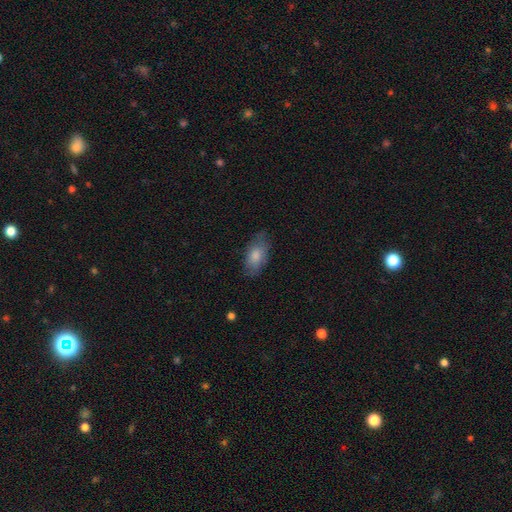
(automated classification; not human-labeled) smooth_or_featured: smooth (p=0.80) [alt: featured or disk p=0.14]
how_rounded: in between (p=0.90) [alt: cigar-shaped p=0.06]
merging: none (p=0.71) [alt: minor disturbance p=0.22]